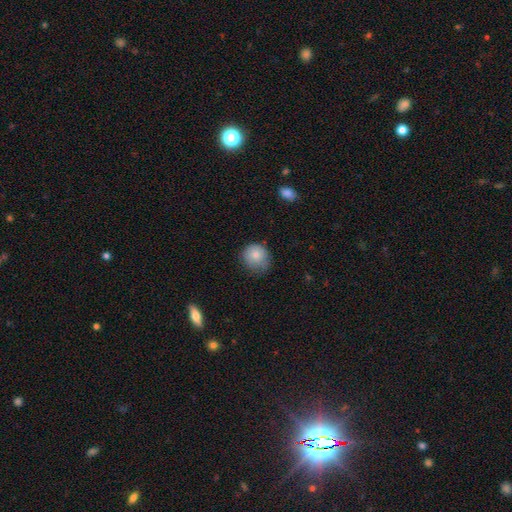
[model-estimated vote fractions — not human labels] Morphology: type=smooth (81%); roundness=round (83%); merging=none (61%).